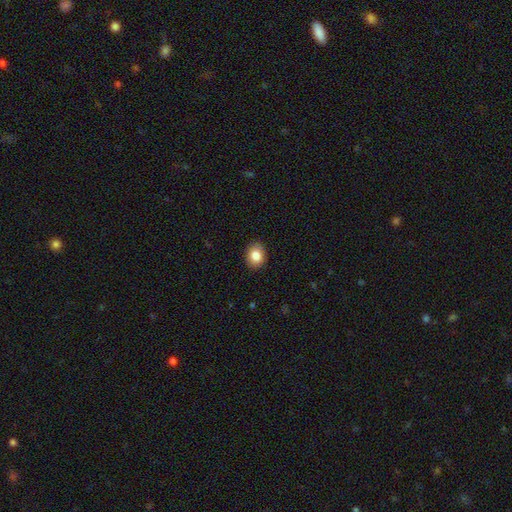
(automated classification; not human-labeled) This is clearly a smooth galaxy (85%). How rounded: possibly in between (55%). Merging: clearly none (89%).